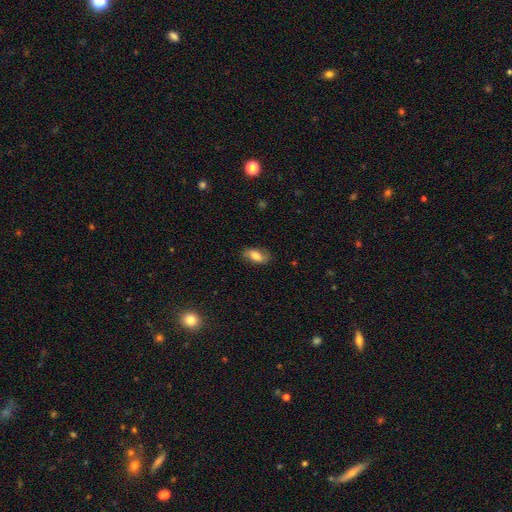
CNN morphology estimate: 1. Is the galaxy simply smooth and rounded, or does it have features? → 71% smooth, 21% featured or disk, 8% star or artifact.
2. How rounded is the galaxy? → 89% in between, 6% cigar-shaped, 5% round.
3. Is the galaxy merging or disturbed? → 79% none, 15% minor disturbance, 4% major disturbance, 1% merger.